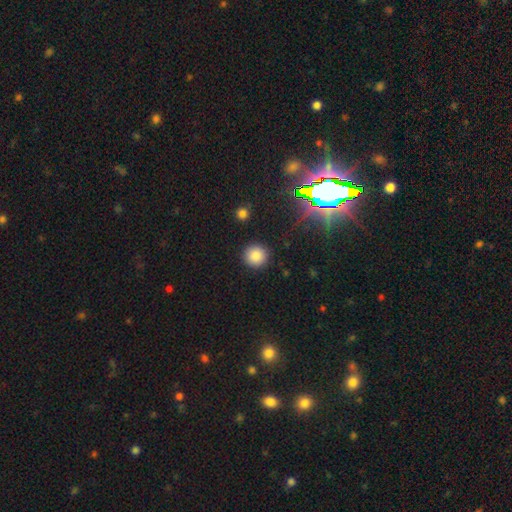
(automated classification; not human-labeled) Overall: smooth (83%). How rounded: round (95%). Merging: none (91%).